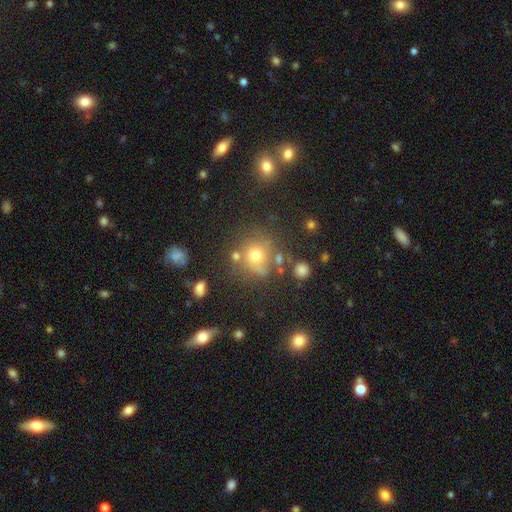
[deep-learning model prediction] smooth 66%, star or artifact 19%, featured or disk 15%. Down the decision tree: how rounded — round (83%); merging — none (66%).